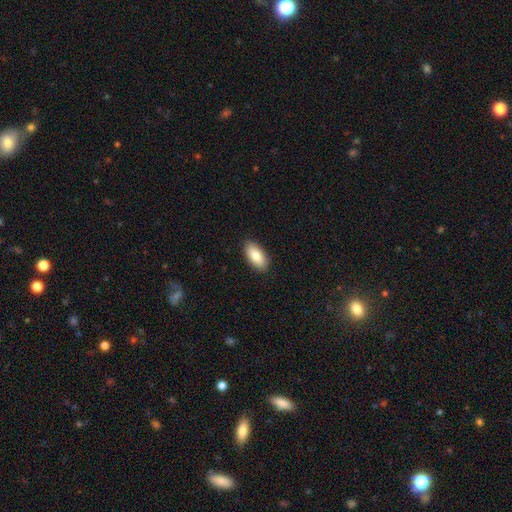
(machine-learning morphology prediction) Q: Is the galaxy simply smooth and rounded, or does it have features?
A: smooth — 82%.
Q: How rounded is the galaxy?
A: in between — 91%.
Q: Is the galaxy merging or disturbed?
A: none — 87%.